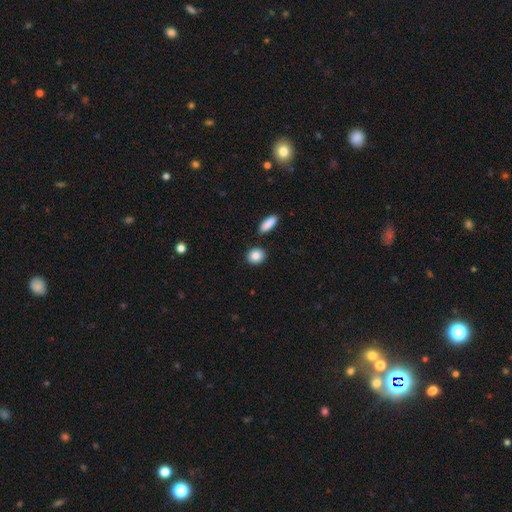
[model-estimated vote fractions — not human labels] This is clearly a smooth galaxy (87%). How rounded: likely round (71%). Merging: clearly none (86%).